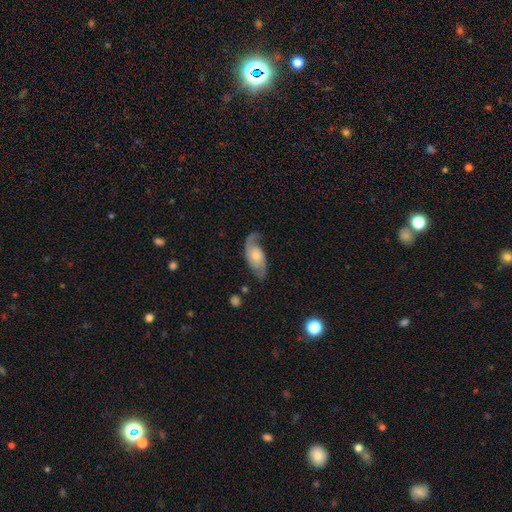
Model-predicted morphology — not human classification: type=featured or disk (76%); edge-on=no (95%); bar=no (71%); spiral arms=yes (94%); winding=loose (42%); arm count=2 (82%); bulge=moderate (46%); merging=none (65%).